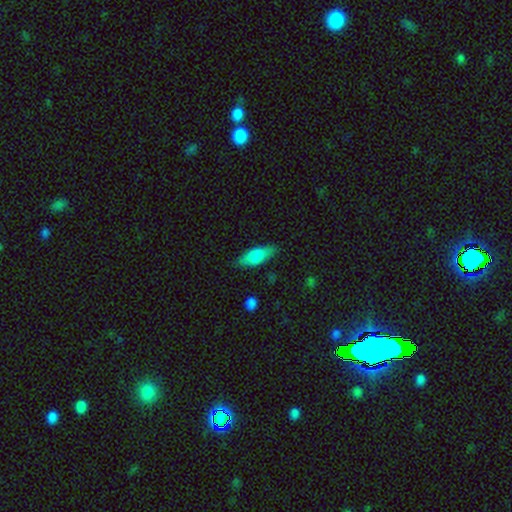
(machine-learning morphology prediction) smooth-or-featured: smooth: 71% | featured or disk: 23% | star or artifact: 6%
  how-rounded: in between: 66% | cigar-shaped: 31% | round: 3%
  merging: none: 81% | minor disturbance: 14% | major disturbance: 3% | merger: 2%